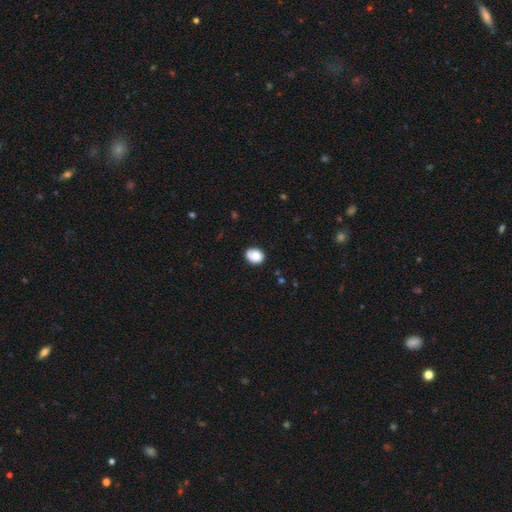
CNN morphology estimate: A smooth galaxy with no disk features (81%) that is round (50%).

Vote fractions:
- Smooth or featured? smooth: 81% / featured or disk: 11% / star or artifact: 8%
- How rounded? round: 50% / in between: 49% / cigar-shaped: 1%
- Merging? none: 74% / minor disturbance: 19% / major disturbance: 4% / merger: 3%